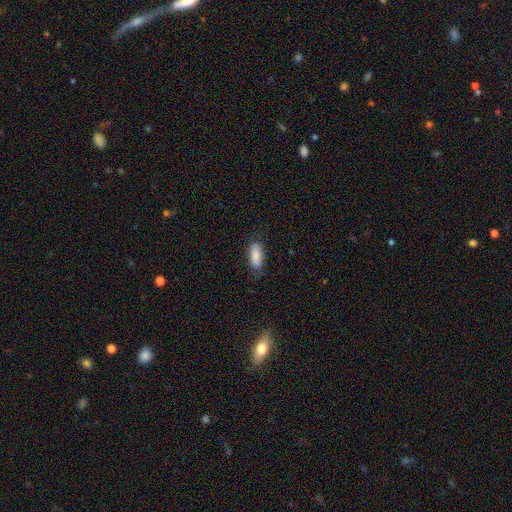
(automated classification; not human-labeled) The model was most divided on "merging": none: 77%, minor disturbance: 18%, major disturbance: 4%, merger: 1%. More confident: smooth or featured — smooth (85%); how rounded — in between (80%).